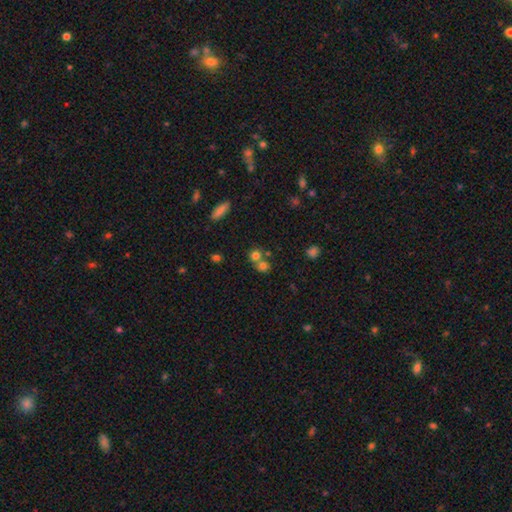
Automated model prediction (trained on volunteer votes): Smooth or featured?
  - smooth: 73% *
  - star or artifact: 15%
  - featured or disk: 12%
How rounded?
  - round: 83% *
  - in between: 16%
  - cigar-shaped: 1%
Merging?
  - merger: 50% *
  - none: 42%
  - minor disturbance: 6%
  - major disturbance: 3%